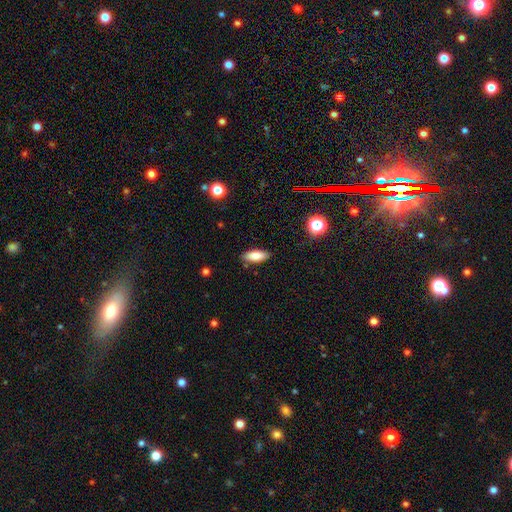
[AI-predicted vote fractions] A smooth galaxy with no disk features (81%) that is in between round and cigar-shaped (78%). Merging: none (86%).